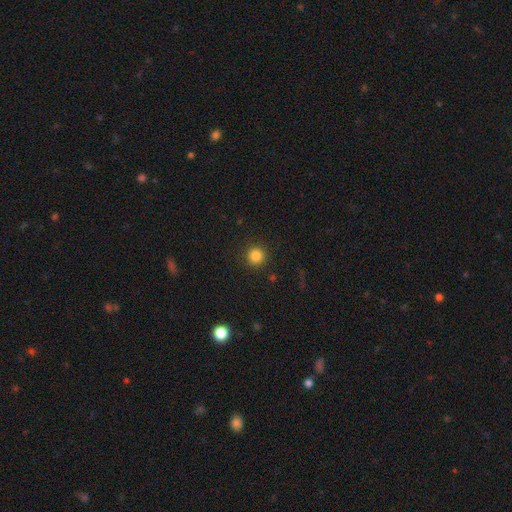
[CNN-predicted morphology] type=smooth (84%); roundness=round (95%); merging=none (91%).